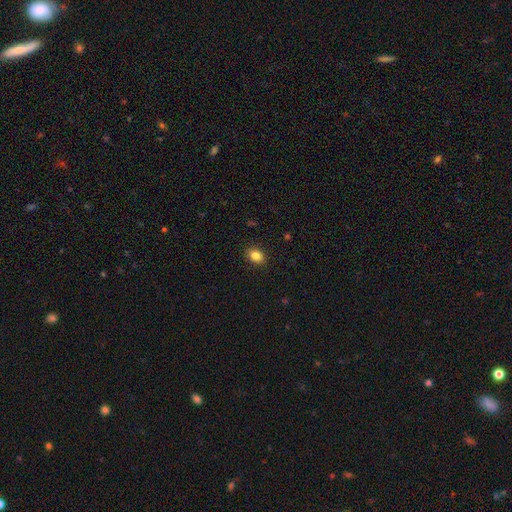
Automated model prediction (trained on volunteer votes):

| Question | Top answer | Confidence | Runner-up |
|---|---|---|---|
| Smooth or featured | smooth | 85% | star or artifact (10%) |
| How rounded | in between | 71% | round (28%) |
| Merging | none | 90% | minor disturbance (8%) |